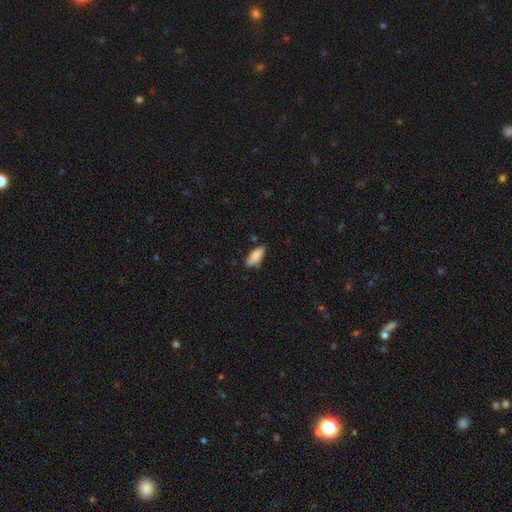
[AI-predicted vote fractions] Q: Smooth or featured?
A: smooth (83%); runner-up: featured or disk (10%)
Q: How rounded?
A: in between (74%); runner-up: cigar-shaped (24%)
Q: Merging?
A: none (64%); runner-up: minor disturbance (27%)